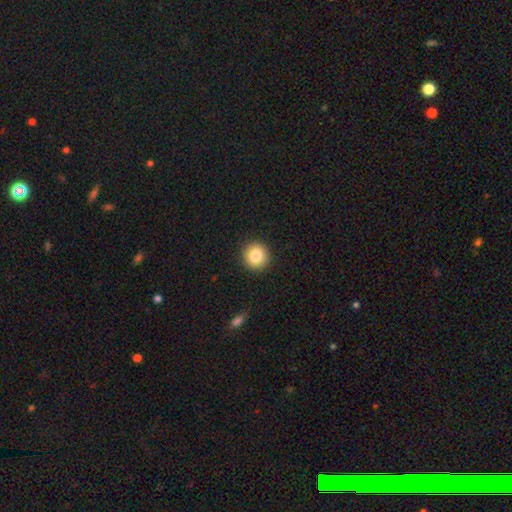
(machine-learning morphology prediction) A smooth galaxy with no disk features (83%) that is round (93%).

Vote fractions:
- Smooth or featured? smooth: 83% / star or artifact: 9% / featured or disk: 8%
- How rounded? round: 93% / in between: 6% / cigar-shaped: 1%
- Merging? none: 92% / minor disturbance: 5% / major disturbance: 2% / merger: 1%